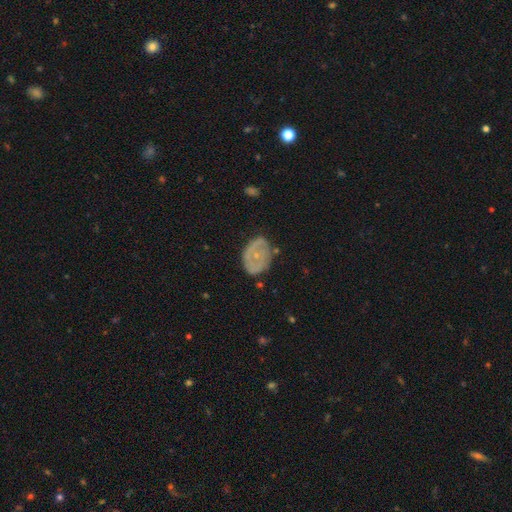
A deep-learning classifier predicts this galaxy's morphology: The model was most divided on "smooth or featured": featured or disk: 52%, smooth: 39%, star or artifact: 9%. More confident: edge-on disk — no (95%); merging — none (64%).